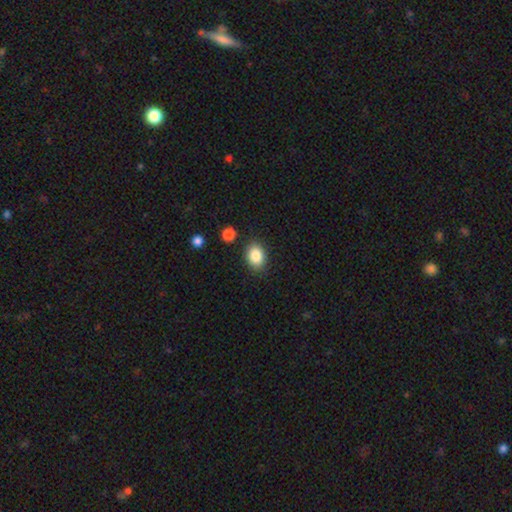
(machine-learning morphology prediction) smooth-or-featured: smooth: 87% | star or artifact: 8% | featured or disk: 5%
  how-rounded: in between: 73% | round: 26% | cigar-shaped: 1%
  merging: none: 84% | minor disturbance: 10% | merger: 3% | major disturbance: 3%